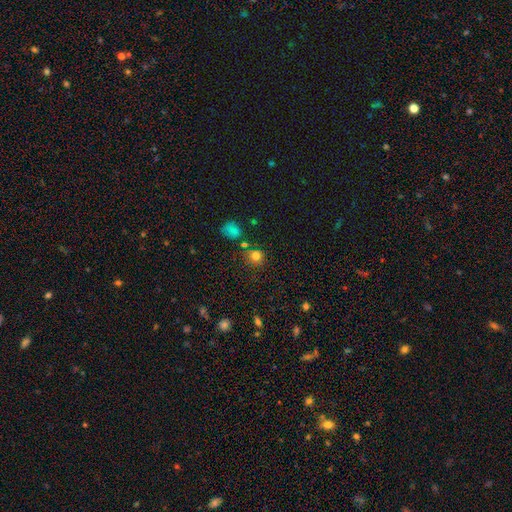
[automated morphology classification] smooth_or_featured: smooth (p=0.77) [alt: star or artifact p=0.17]
how_rounded: round (p=0.89) [alt: in between p=0.10]
merging: none (p=0.81) [alt: minor disturbance p=0.11]